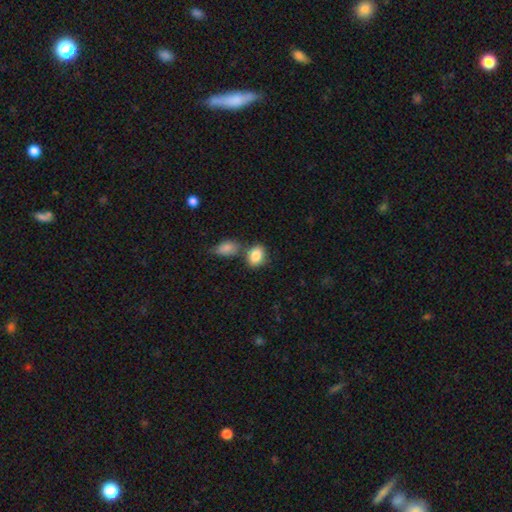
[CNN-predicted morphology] Smooth or featured? smooth (84%)
How rounded? in between (67%)
Merging? none (59%)